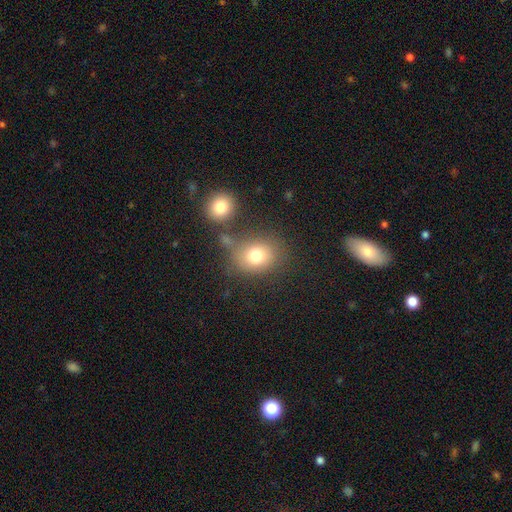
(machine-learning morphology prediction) This is likely a smooth galaxy (77%). How rounded: possibly round (58%). Merging: likely none (63%).